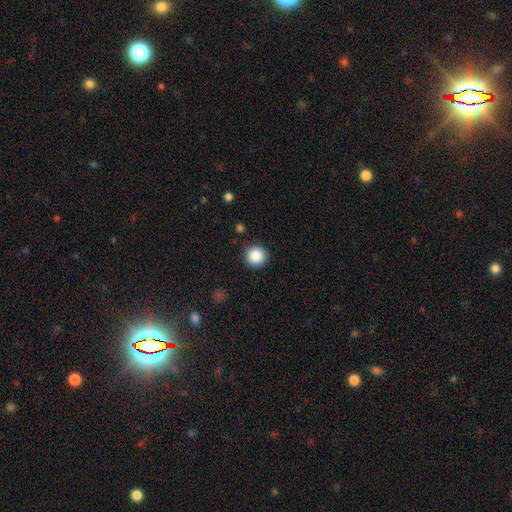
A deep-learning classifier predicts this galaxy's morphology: This is clearly a smooth galaxy (87%). How rounded: clearly round (96%). Merging: clearly none (91%).